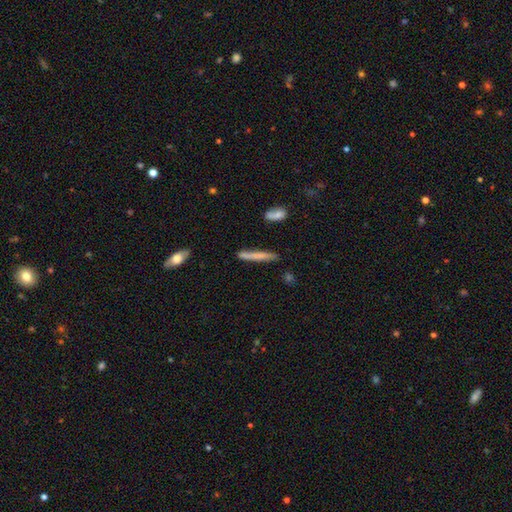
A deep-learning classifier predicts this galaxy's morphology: type=smooth (63%); roundness=cigar-shaped (95%); merging=none (83%).